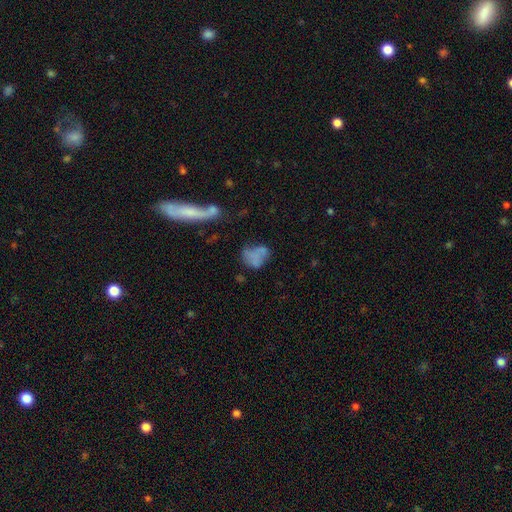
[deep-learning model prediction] smooth-or-featured: smooth: 62% | featured or disk: 25% | star or artifact: 14%
  how-rounded: in between: 65% | round: 33% | cigar-shaped: 2%
  merging: none: 37% | minor disturbance: 25% | major disturbance: 24% | merger: 14%